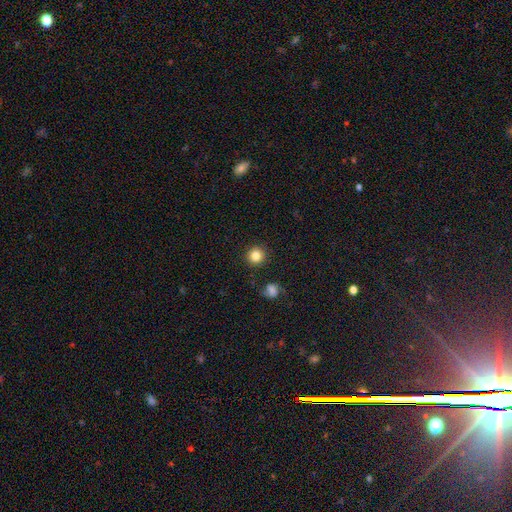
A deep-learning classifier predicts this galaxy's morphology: A smooth galaxy with no disk features (84%) that is round (93%). Merging: none (90%).